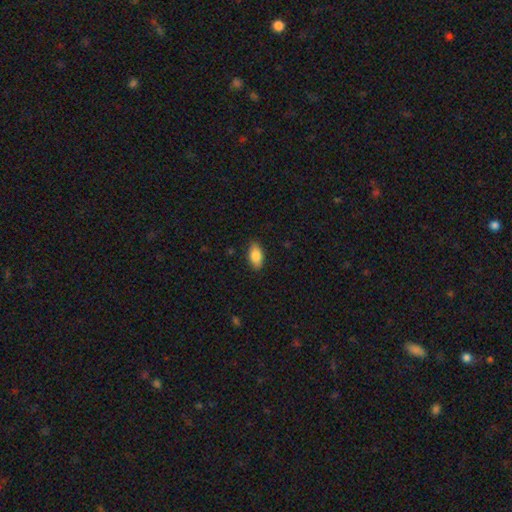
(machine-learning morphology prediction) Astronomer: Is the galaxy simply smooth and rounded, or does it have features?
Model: smooth — 85%.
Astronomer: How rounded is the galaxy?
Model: in between — 92%.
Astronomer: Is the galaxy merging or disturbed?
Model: none — 87%.